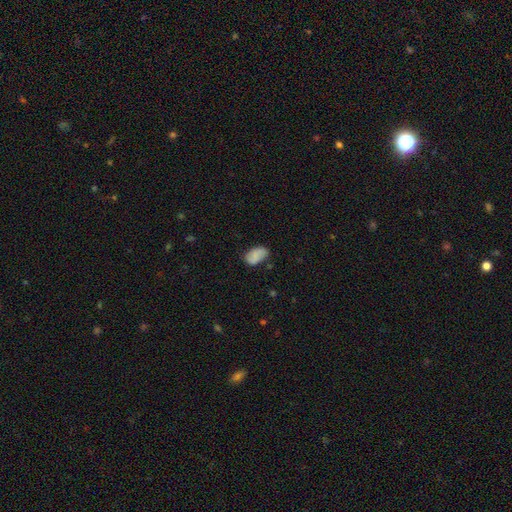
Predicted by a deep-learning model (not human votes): Smooth or featured?
  - smooth: 77% *
  - featured or disk: 15%
  - star or artifact: 8%
How rounded?
  - in between: 92% *
  - round: 6%
  - cigar-shaped: 2%
Merging?
  - none: 68% *
  - minor disturbance: 24%
  - major disturbance: 6%
  - merger: 3%